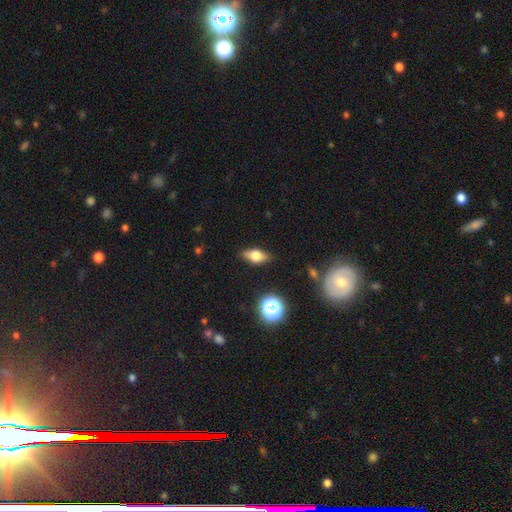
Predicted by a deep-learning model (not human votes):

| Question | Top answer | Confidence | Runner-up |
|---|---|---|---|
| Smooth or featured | smooth | 58% | featured or disk (32%) |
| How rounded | in between | 74% | cigar-shaped (15%) |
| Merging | none | 84% | minor disturbance (12%) |